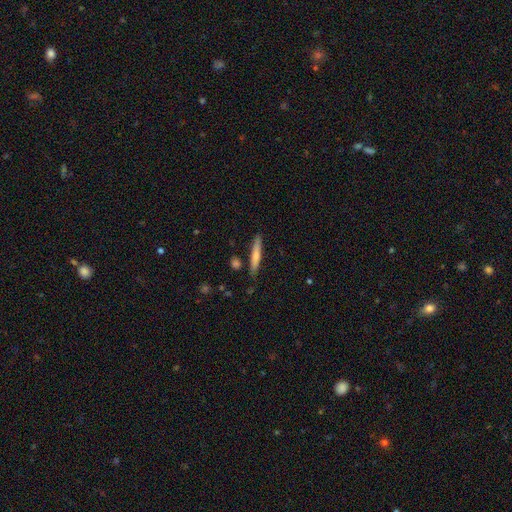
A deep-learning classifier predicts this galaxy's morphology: Smooth or featured?
  - smooth: 66% *
  - featured or disk: 29%
  - star or artifact: 6%
How rounded?
  - cigar-shaped: 93% *
  - in between: 5%
  - round: 1%
Merging?
  - none: 84% *
  - minor disturbance: 11%
  - merger: 3%
  - major disturbance: 2%